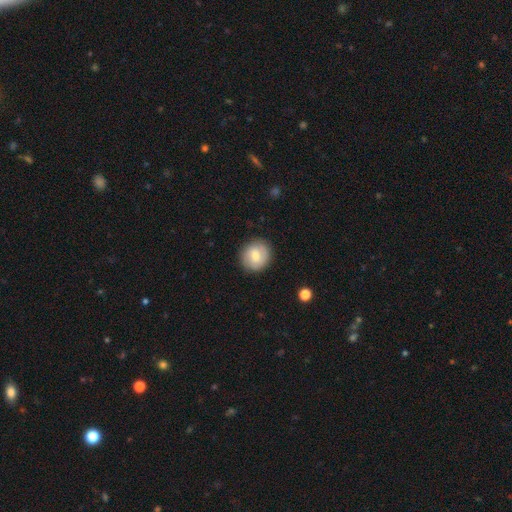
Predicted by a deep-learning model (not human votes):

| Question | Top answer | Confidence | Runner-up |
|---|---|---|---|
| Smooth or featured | smooth | 64% | featured or disk (29%) |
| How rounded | round | 88% | in between (11%) |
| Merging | none | 88% | minor disturbance (9%) |